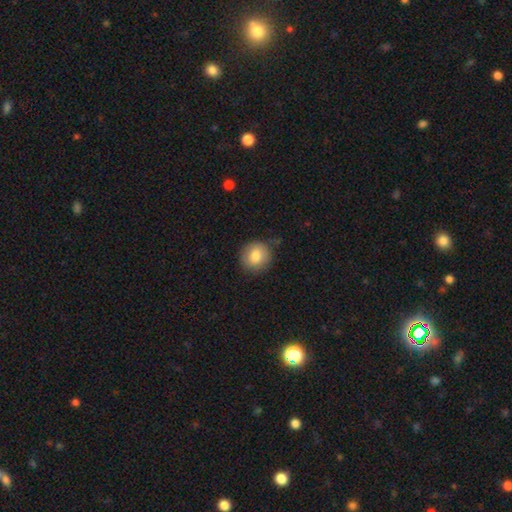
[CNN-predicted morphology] smooth_or_featured: smooth (p=0.82) [alt: featured or disk p=0.10]
how_rounded: round (p=0.84) [alt: in between p=0.15]
merging: none (p=0.78) [alt: minor disturbance p=0.16]